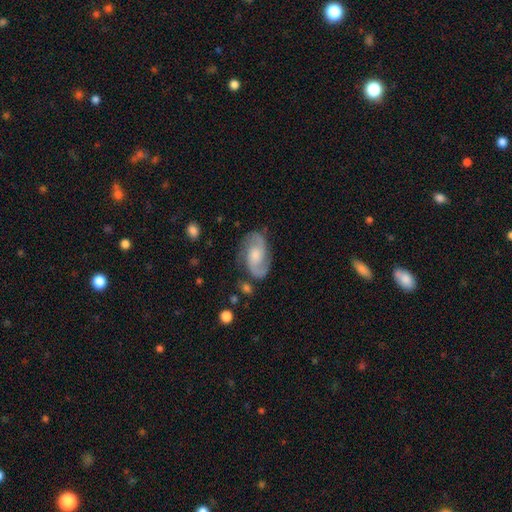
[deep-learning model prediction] This is clearly a featured or disk galaxy (83%). It is clearly not viewed edge-on (97%). Bar: possibly no (55%). Spiral arm pattern: clearly yes (96%). Spiral arm count: clearly 2 (91%). Spiral winding: possibly medium (53%). Central bulge: marginally moderate (42%). Merging: likely none (75%).